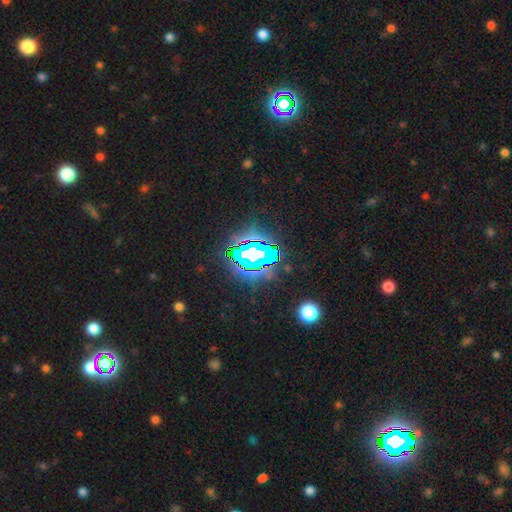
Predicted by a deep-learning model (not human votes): Smooth or featured?
  - star or artifact: 77% *
  - smooth: 12%
  - featured or disk: 11%